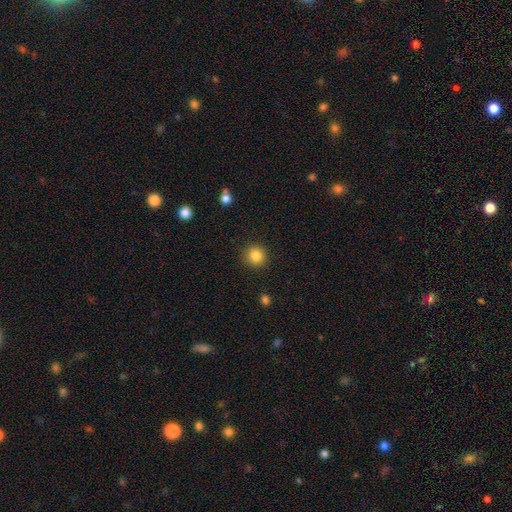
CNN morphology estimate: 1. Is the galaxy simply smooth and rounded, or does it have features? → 84% smooth, 11% star or artifact, 5% featured or disk.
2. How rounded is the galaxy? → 93% round, 6% in between, 1% cigar-shaped.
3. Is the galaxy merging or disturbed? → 90% none, 6% minor disturbance, 2% major disturbance, 1% merger.